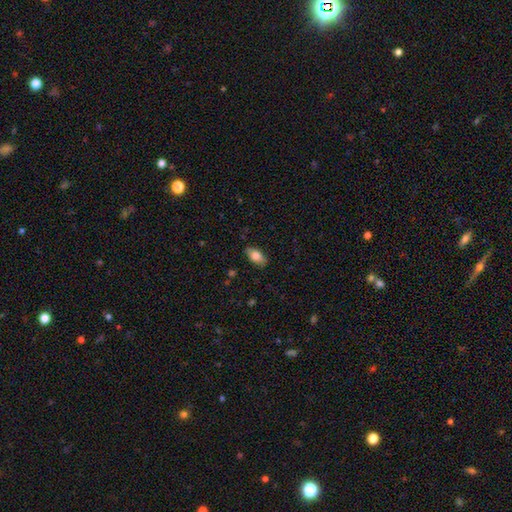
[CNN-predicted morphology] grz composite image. It shows a smooth galaxy with no disk features (77%) that is in between round and cigar-shaped (90%). Merging: none (84%).